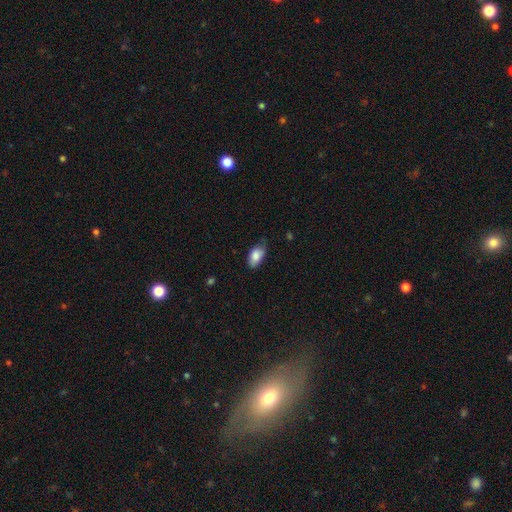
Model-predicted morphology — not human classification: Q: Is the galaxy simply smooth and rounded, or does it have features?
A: smooth — 83%.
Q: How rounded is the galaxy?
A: in between — 92%.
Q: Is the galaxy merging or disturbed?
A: none — 65%.